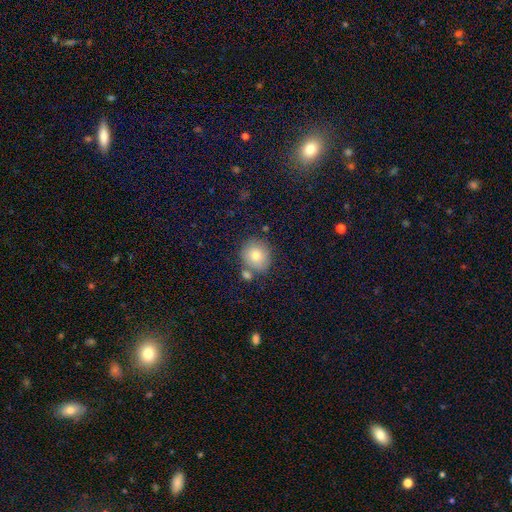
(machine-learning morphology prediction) smooth 80%, featured or disk 12%, star or artifact 8%. Down the decision tree: how rounded — round (81%); merging — none (67%).